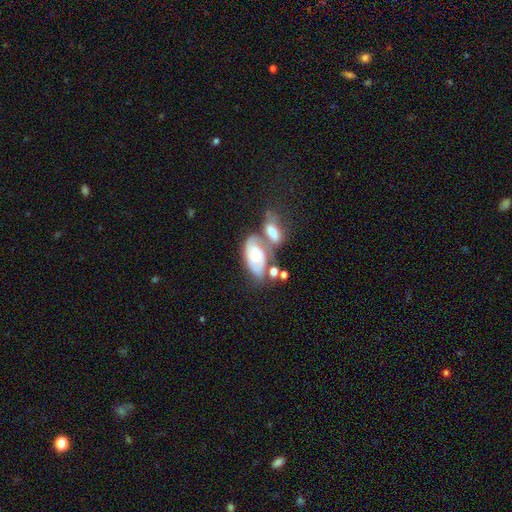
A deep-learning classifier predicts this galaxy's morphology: This is likely a featured or disk galaxy (63%). It is clearly not viewed edge-on (94%). Bar: likely no (65%). Spiral arm pattern: clearly yes (86%). Spiral arm count: likely 2 (67%). Spiral winding: possibly tight (45%). Central bulge: marginally small (44%). Merging: possibly merger (51%).